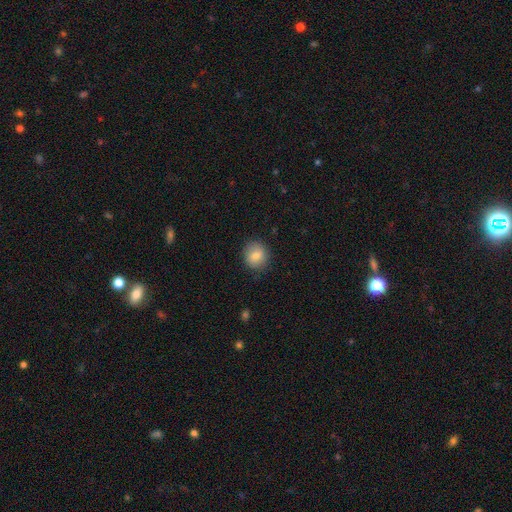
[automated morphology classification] Smooth or featured? Predicted: smooth (p=0.78). How rounded? Predicted: round (p=0.83). Merging? Predicted: none (p=0.86).